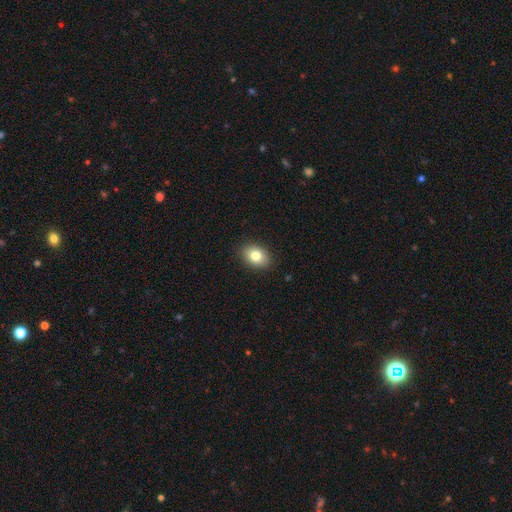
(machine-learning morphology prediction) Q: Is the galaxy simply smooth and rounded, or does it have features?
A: smooth — 81%.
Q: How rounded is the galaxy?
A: in between — 72%.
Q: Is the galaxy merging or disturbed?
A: none — 89%.